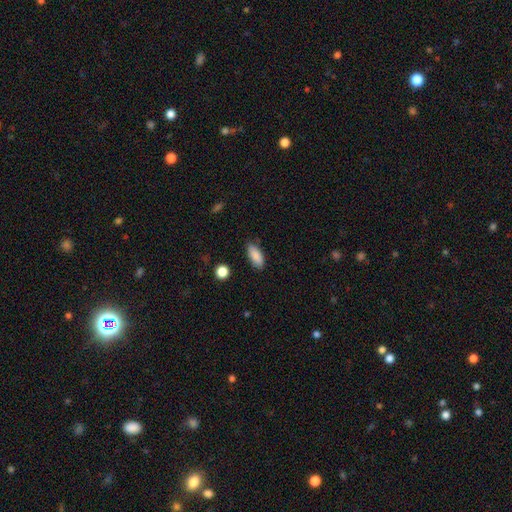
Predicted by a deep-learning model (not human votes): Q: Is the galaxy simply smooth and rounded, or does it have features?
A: smooth — 87%.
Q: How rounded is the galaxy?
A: in between — 83%.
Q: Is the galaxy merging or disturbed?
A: none — 83%.